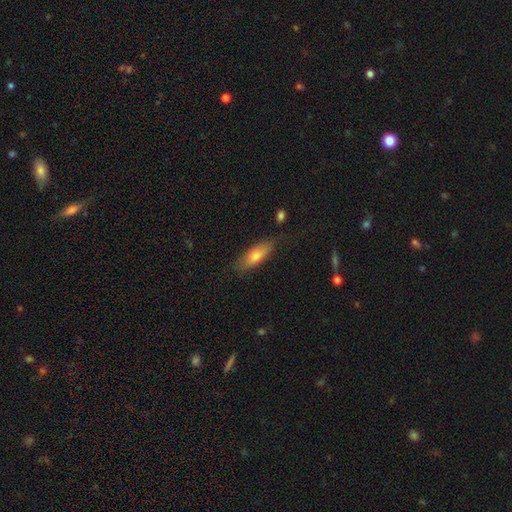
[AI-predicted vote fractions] Q: Smooth or featured?
A: smooth (72%); runner-up: featured or disk (21%)
Q: How rounded?
A: in between (58%); runner-up: cigar-shaped (40%)
Q: Merging?
A: none (79%); runner-up: minor disturbance (16%)